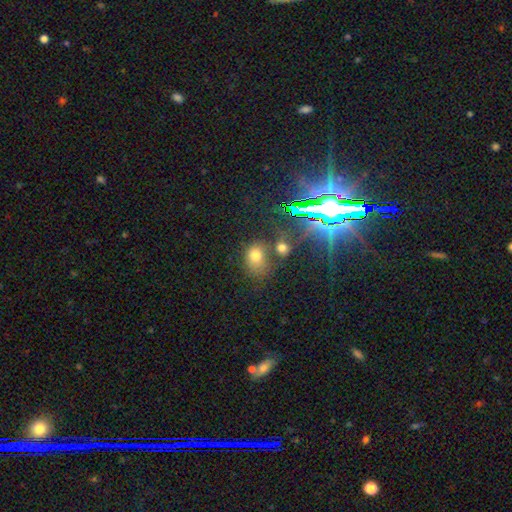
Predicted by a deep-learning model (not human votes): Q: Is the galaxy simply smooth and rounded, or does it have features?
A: smooth — 65%.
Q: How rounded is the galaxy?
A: in between — 55%.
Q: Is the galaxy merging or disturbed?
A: none — 49%.